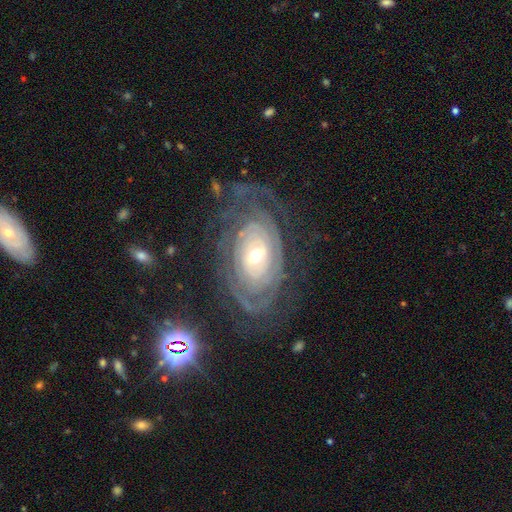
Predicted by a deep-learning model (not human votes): The model was most divided on "spiral arm count": can't tell: 40%, 2: 17%, 3: 14%, 4: 11%, more than 4: 10%, 1: 7%. More confident: edge-on disk — no (95%); spiral arms — yes (93%); smooth or featured — featured or disk (87%); spiral winding — tight (78%); merging — none (68%); bulge size — moderate (65%); bar — no (62%).